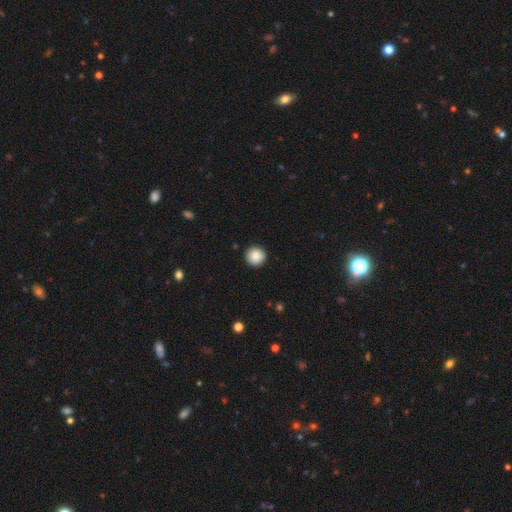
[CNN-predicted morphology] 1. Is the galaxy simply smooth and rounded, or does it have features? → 86% smooth, 8% star or artifact, 5% featured or disk.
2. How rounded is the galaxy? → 96% round, 3% in between, 1% cigar-shaped.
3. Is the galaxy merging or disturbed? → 93% none, 5% minor disturbance, 1% major disturbance, 1% merger.